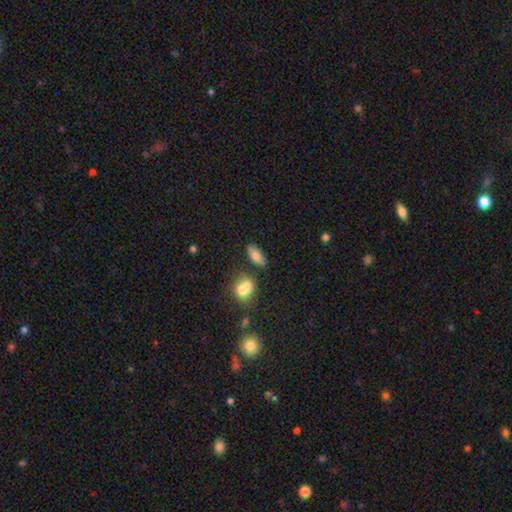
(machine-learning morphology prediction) type=smooth (75%); roundness=in between (82%); merging=none (72%).